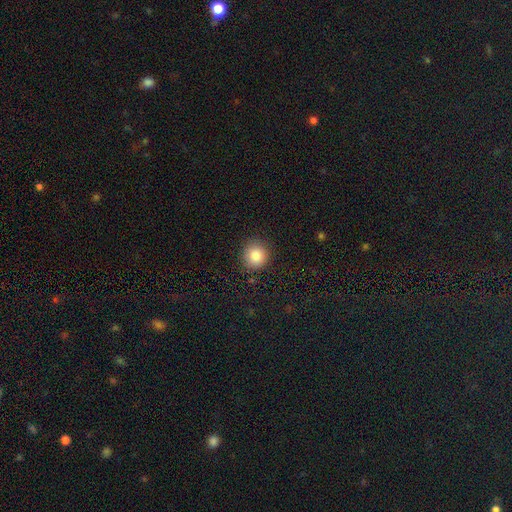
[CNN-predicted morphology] Smooth or featured? Predicted: smooth (p=0.86). How rounded? Predicted: round (p=0.90). Merging? Predicted: none (p=0.87).